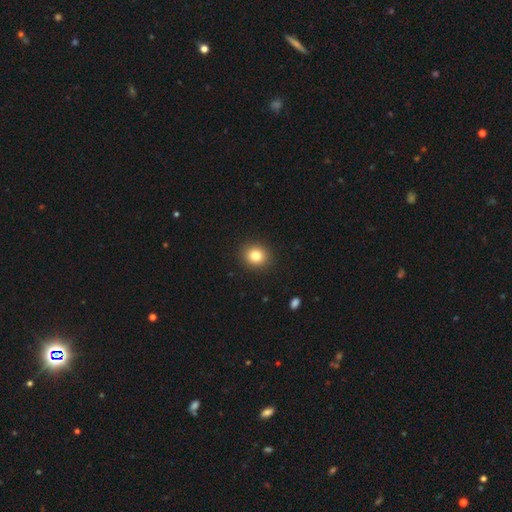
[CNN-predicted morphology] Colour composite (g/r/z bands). It shows a smooth galaxy with no disk features (81%) that is round (83%). Merging: none (91%).